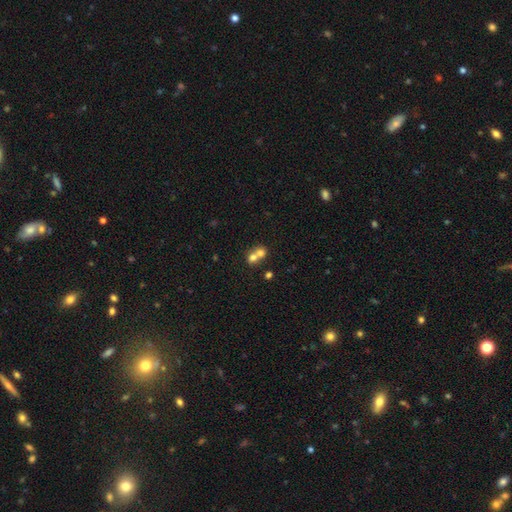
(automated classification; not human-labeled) Smooth or featured? Predicted: smooth (p=0.69). How rounded? Predicted: round (p=0.73). Merging? Predicted: merger (p=0.69).